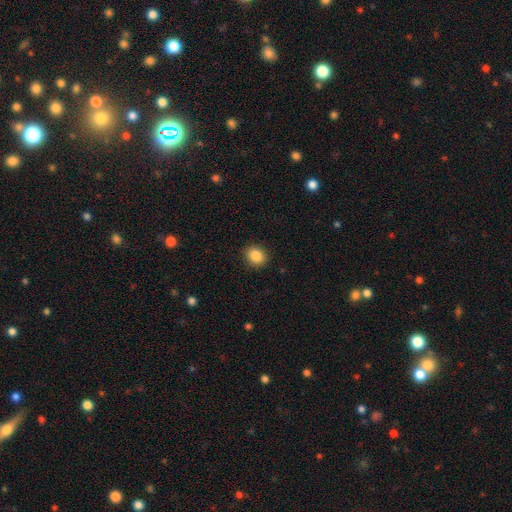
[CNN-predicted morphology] Smooth or featured? smooth (86%)
How rounded? round (64%)
Merging? none (89%)